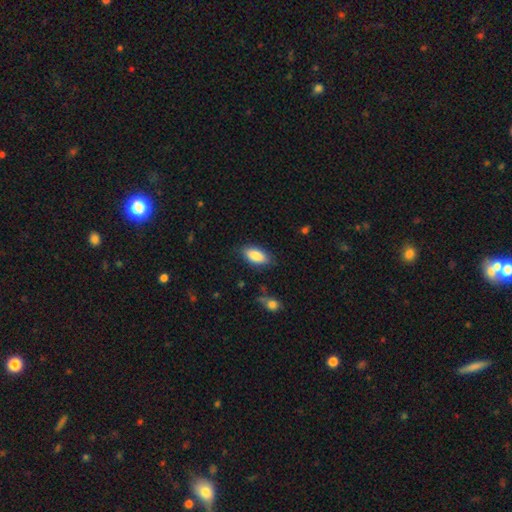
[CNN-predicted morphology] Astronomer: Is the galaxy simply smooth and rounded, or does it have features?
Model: smooth — 88%.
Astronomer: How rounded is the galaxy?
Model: in between — 90%.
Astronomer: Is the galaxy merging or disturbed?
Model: none — 82%.